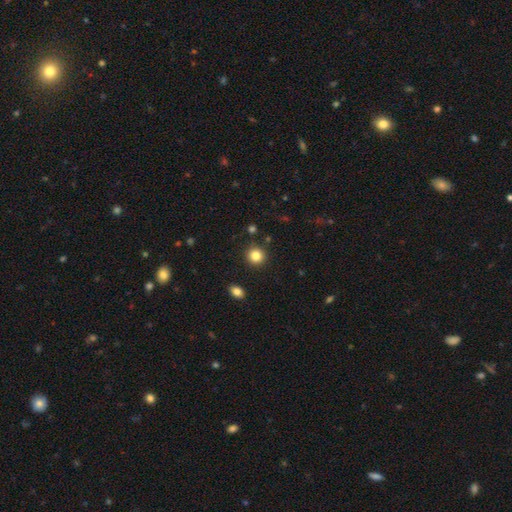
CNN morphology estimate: The model was most divided on "smooth or featured": smooth: 83%, star or artifact: 11%, featured or disk: 6%. More confident: how rounded — round (91%); merging — none (90%).